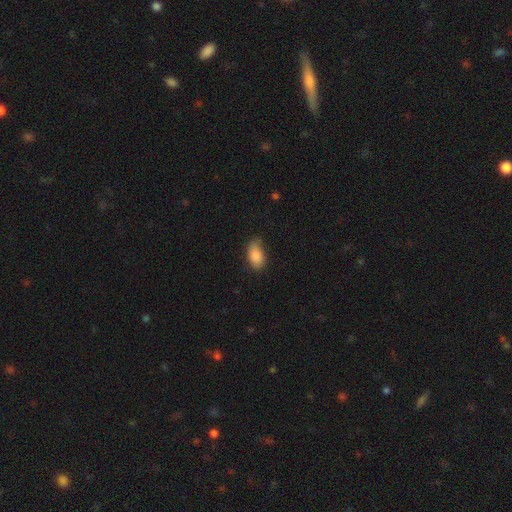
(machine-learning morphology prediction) type=smooth (86%); roundness=in between (92%); merging=none (63%).